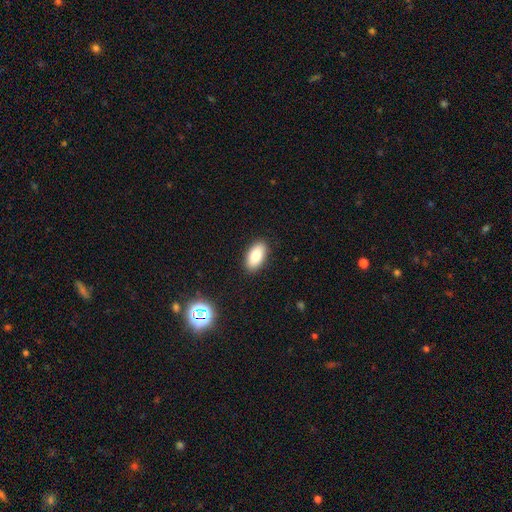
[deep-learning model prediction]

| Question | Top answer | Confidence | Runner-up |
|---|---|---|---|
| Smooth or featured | smooth | 83% | featured or disk (9%) |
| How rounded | in between | 93% | round (4%) |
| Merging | none | 89% | minor disturbance (8%) |